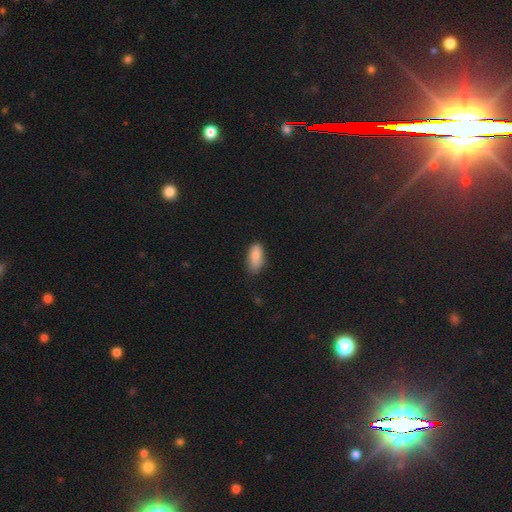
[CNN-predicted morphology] type=smooth (87%); roundness=in between (89%); merging=none (70%).